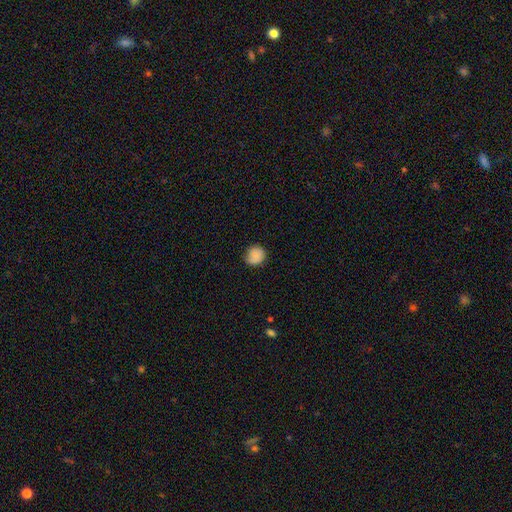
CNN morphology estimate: This is clearly a smooth galaxy (86%). How rounded: clearly round (83%). Merging: likely none (77%).